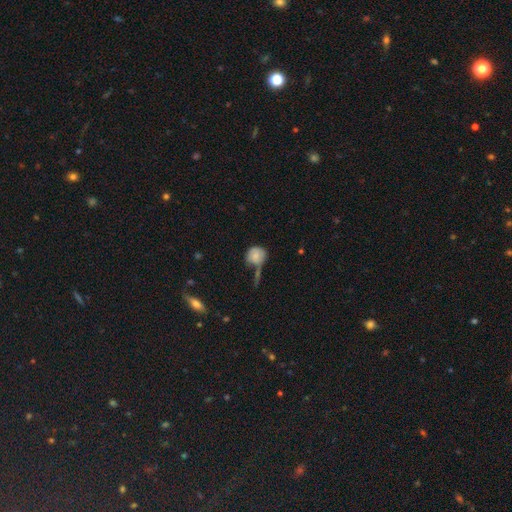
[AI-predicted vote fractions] A smooth galaxy with no disk features (76%) that is round (79%).

Vote fractions:
- Smooth or featured? smooth: 76% / featured or disk: 15% / star or artifact: 8%
- How rounded? round: 79% / in between: 19% / cigar-shaped: 1%
- Merging? none: 43% / minor disturbance: 23% / merger: 21% / major disturbance: 13%